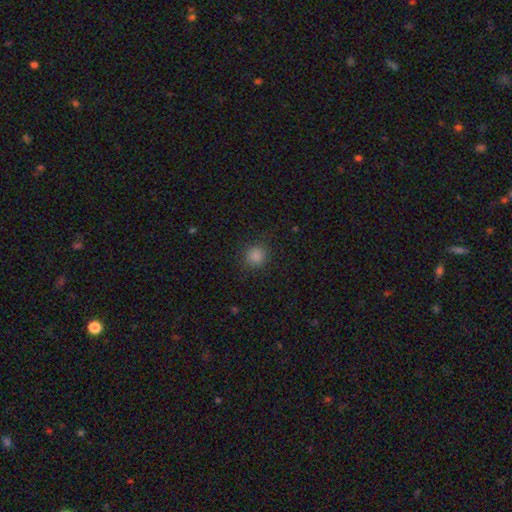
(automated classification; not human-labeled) smooth_or_featured: smooth (p=0.85) [alt: star or artifact p=0.12]
how_rounded: round (p=0.91) [alt: in between p=0.08]
merging: none (p=0.88) [alt: minor disturbance p=0.07]